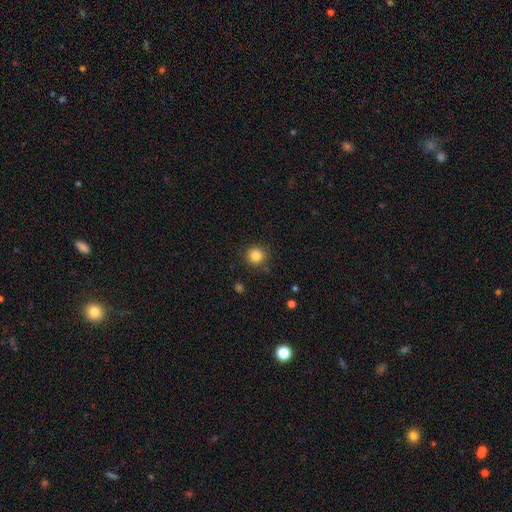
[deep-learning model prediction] A smooth galaxy with no disk features (84%) that is round (92%).

Vote fractions:
- Smooth or featured? smooth: 84% / star or artifact: 11% / featured or disk: 5%
- How rounded? round: 92% / in between: 7% / cigar-shaped: 1%
- Merging? none: 87% / minor disturbance: 8% / major disturbance: 2% / merger: 2%